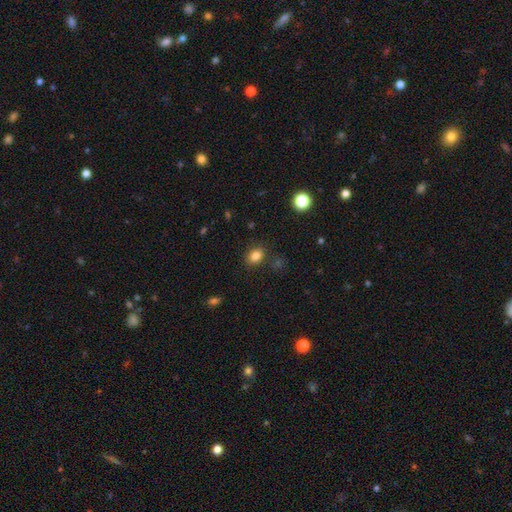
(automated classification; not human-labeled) Overall: smooth (82%). How rounded: in between (62%; round 37%). Merging: none (82%).